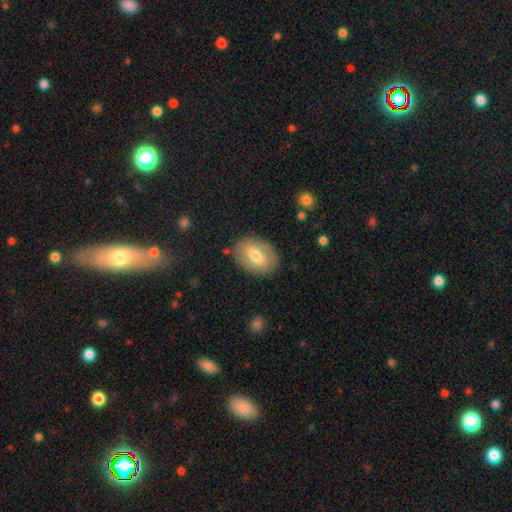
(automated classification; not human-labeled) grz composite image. It shows a smooth galaxy with no disk features (60%) that is in between round and cigar-shaped (82%). Merging: none (83%).